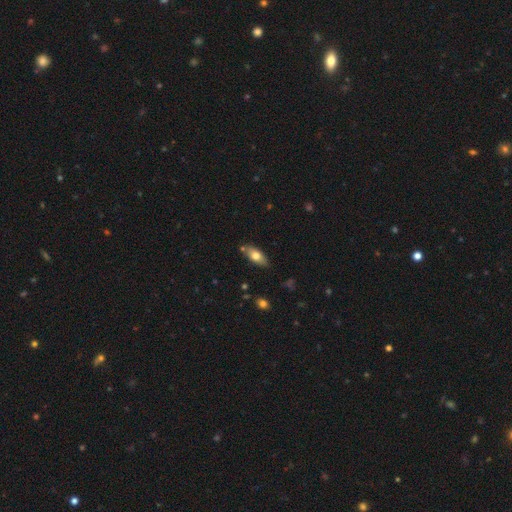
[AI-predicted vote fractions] Smooth or featured? smooth (71%)
How rounded? in between (83%)
Merging? none (78%)